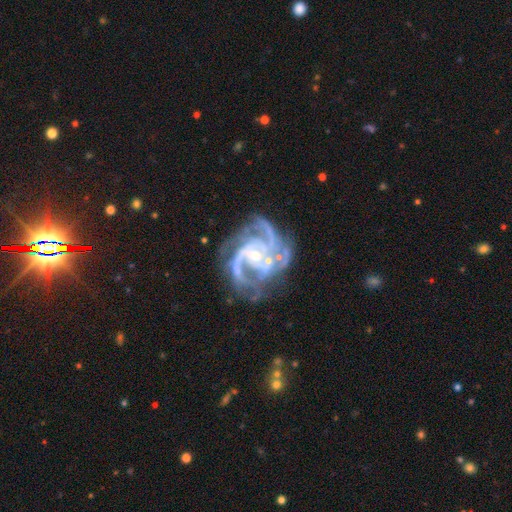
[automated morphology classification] Smooth or featured?
  - featured or disk: 92% *
  - star or artifact: 5%
  - smooth: 3%
Edge-on disk?
  - no: 98% *
  - yes: 2%
Bar?
  - no: 50% *
  - weak: 35%
  - strong: 15%
Spiral arms?
  - yes: 98% *
  - no: 2%
Spiral winding?
  - medium: 49% *
  - tight: 42%
  - loose: 9%
Spiral arm count?
  - 3: 42% *
  - 2: 22%
  - 4: 13%
  - can't tell: 10%
  - more than 4: 6%
  - 1: 6%
Bulge size?
  - small: 71% *
  - moderate: 25%
  - none: 3%
  - large: 1%
  - dominant: 1%
Merging?
  - none: 58% *
  - minor disturbance: 20%
  - major disturbance: 17%
  - merger: 5%